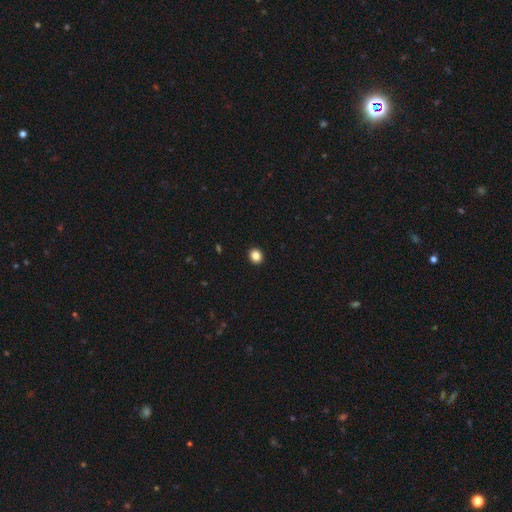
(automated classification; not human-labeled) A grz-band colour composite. It shows a smooth galaxy with no disk features (86%) that is round (76%). Merging: none (93%).